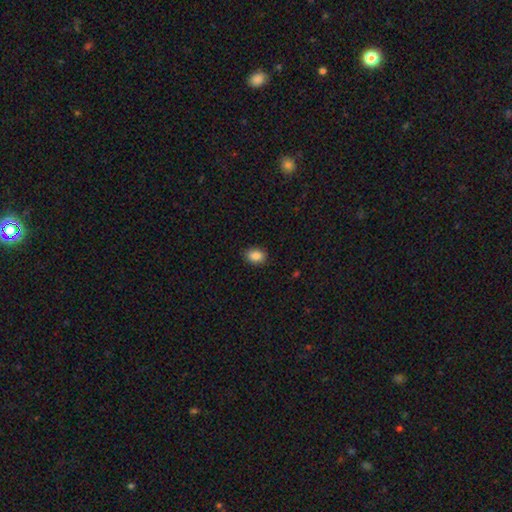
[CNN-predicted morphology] smooth-or-featured: smooth: 88% | star or artifact: 9% | featured or disk: 3%
  how-rounded: in between: 71% | round: 28% | cigar-shaped: 1%
  merging: none: 88% | minor disturbance: 9% | major disturbance: 2% | merger: 1%